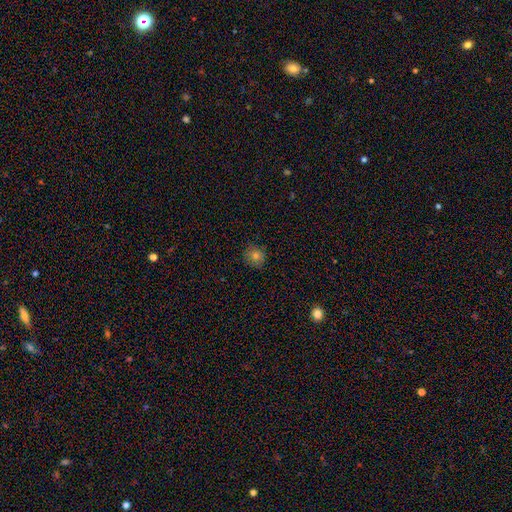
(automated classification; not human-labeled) Smooth or featured: smooth — 75% (star or artifact — 15%)
How rounded: round — 90% (in between — 9%)
Merging: none — 86% (minor disturbance — 11%)